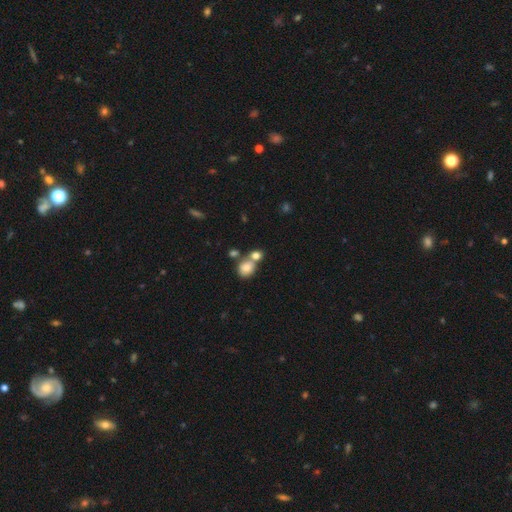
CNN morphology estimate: A smooth galaxy with no disk features (79%) that is round (65%). Merging: merger (45%).